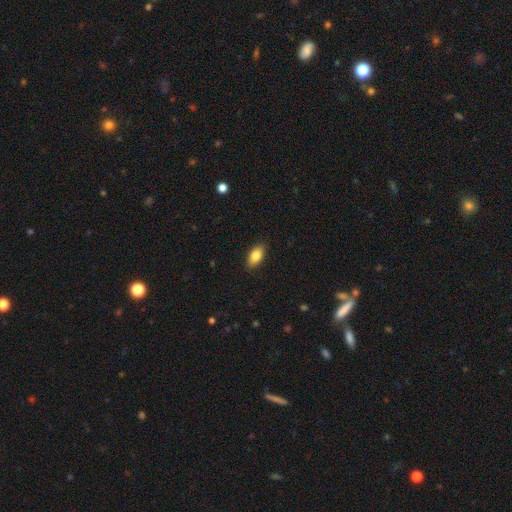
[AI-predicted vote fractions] smooth 82%, featured or disk 11%, star or artifact 7%. Down the decision tree: how rounded — in between (89%); merging — none (88%).